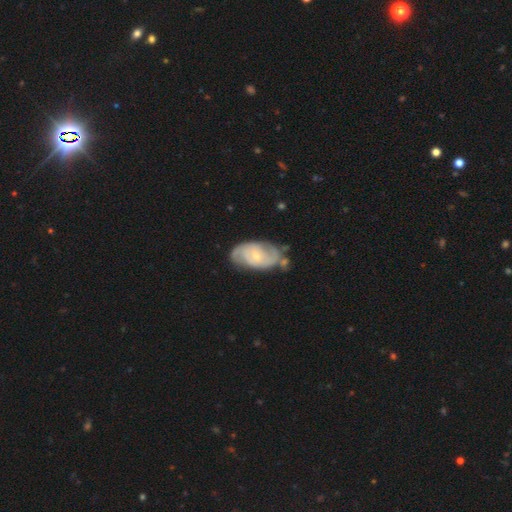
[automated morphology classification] featured or disk 71%, smooth 23%, star or artifact 5%. Down the decision tree: edge-on disk — no (95%); bar — no (57%); spiral arms — yes (88%); spiral arm count — 2 (62%); spiral winding — tight (48%); bulge size — small (67%); merging — none (59%).